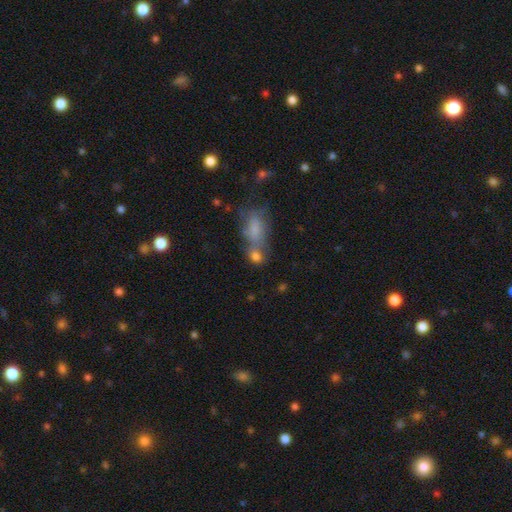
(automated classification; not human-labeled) Smooth or featured?
  - smooth: 74% *
  - featured or disk: 13%
  - star or artifact: 13%
How rounded?
  - in between: 57% *
  - round: 37%
  - cigar-shaped: 5%
Merging?
  - merger: 47% *
  - none: 34%
  - minor disturbance: 12%
  - major disturbance: 8%